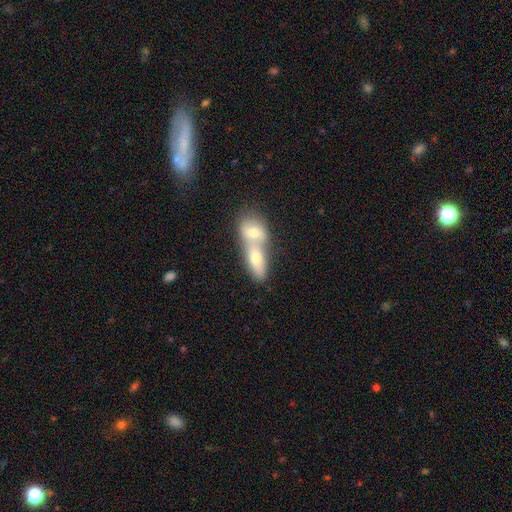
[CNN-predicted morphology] This is likely a smooth galaxy (62%). How rounded: likely in between (68%). Merging: likely merger (76%).